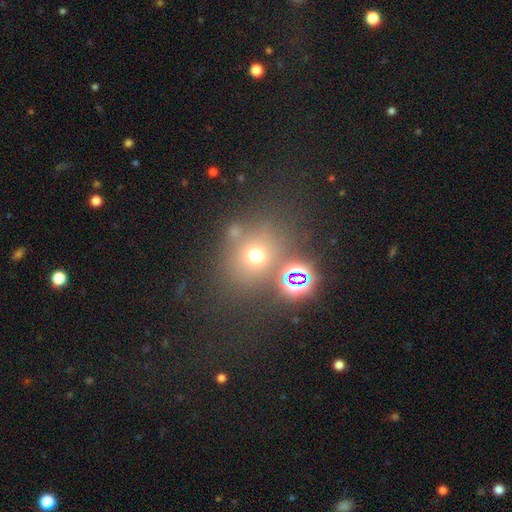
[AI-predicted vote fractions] smooth 63%, star or artifact 26%, featured or disk 11%. Down the decision tree: how rounded — round (78%); merging — none (65%).